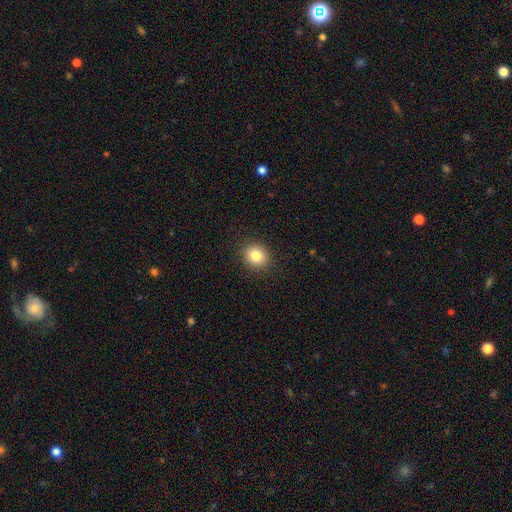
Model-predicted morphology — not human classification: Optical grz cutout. It shows a smooth galaxy with no disk features (83%) that is round (77%). Merging: none (90%).